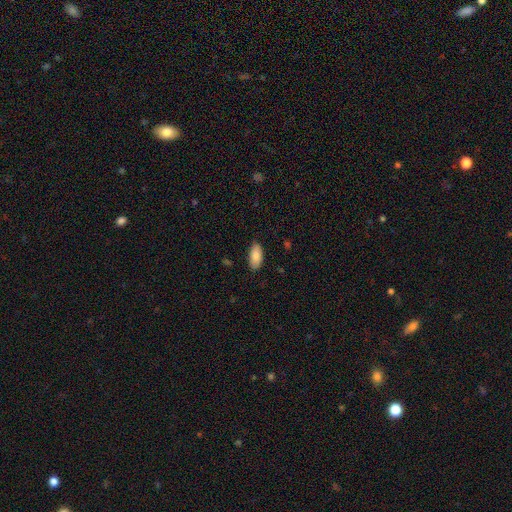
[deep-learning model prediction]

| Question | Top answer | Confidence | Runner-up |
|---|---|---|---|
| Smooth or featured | smooth | 85% | featured or disk (8%) |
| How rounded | in between | 93% | cigar-shaped (6%) |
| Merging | none | 85% | minor disturbance (12%) |